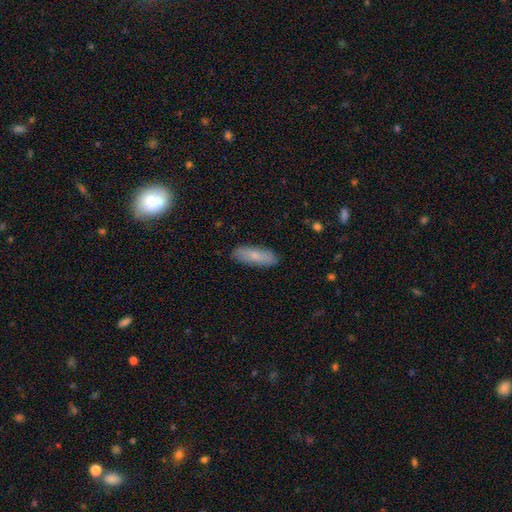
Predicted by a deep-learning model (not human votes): This is likely a smooth galaxy (77%). How rounded: possibly in between (49%, tied with cigar-shaped). Merging: clearly none (87%).